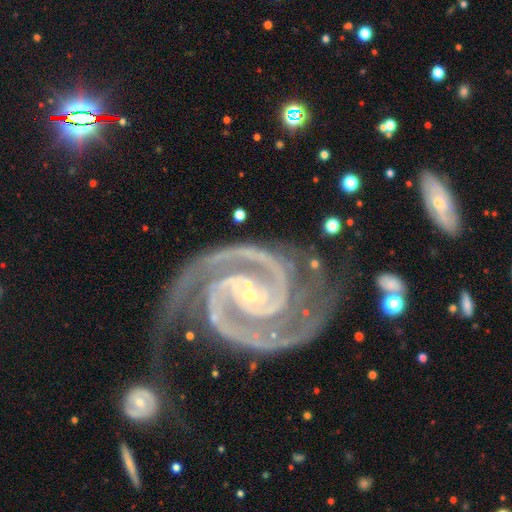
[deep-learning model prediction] Smooth or featured? featured or disk (94%)
Edge-on disk? no (98%)
Bar? no (53%)
Spiral arms? yes (99%)
Spiral winding? tight (61%)
Spiral arm count? 2 (82%)
Bulge size? small (83%)
Merging? none (62%)